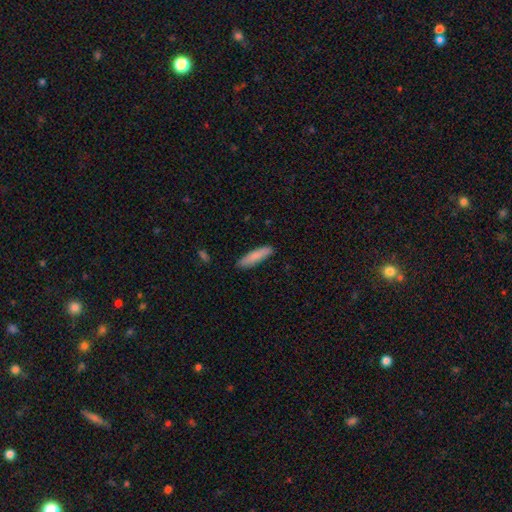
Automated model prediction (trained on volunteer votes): Overall: smooth (83%). How rounded: cigar-shaped (80%). Merging: none (87%).